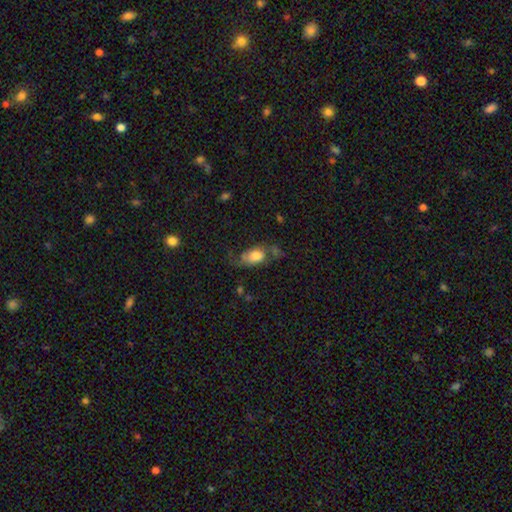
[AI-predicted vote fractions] Morphology: type=smooth (62%); roundness=in between (86%); merging=none (43%).